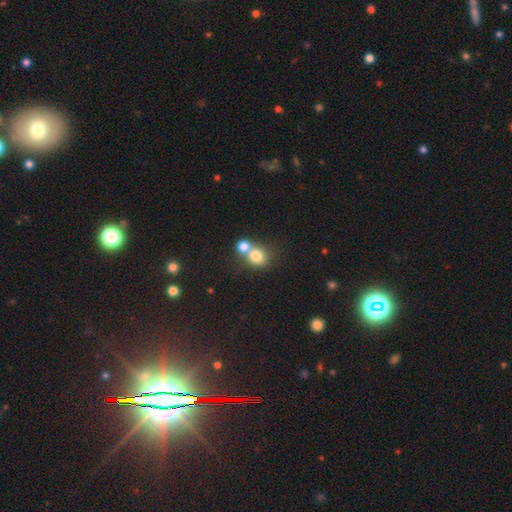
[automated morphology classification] Smooth or featured? smooth (78%)
How rounded? round (78%)
Merging? merger (56%)